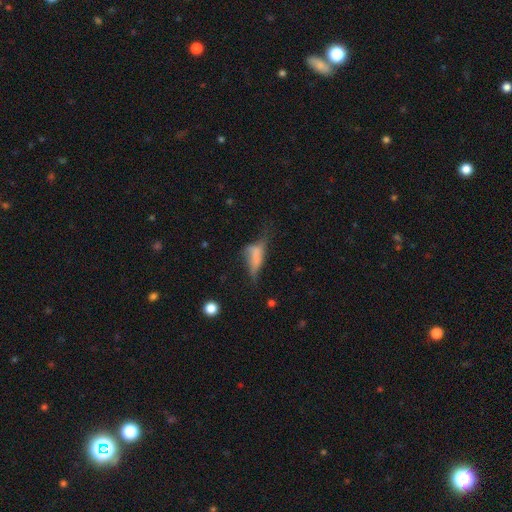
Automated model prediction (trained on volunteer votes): A smooth galaxy with no disk features (52%) that is in between round and cigar-shaped (59%).

Vote fractions:
- Smooth or featured? smooth: 52% / featured or disk: 35% / star or artifact: 13%
- How rounded? in between: 59% / cigar-shaped: 36% / round: 5%
- Merging? major disturbance: 38% / none: 27% / minor disturbance: 26% / merger: 9%